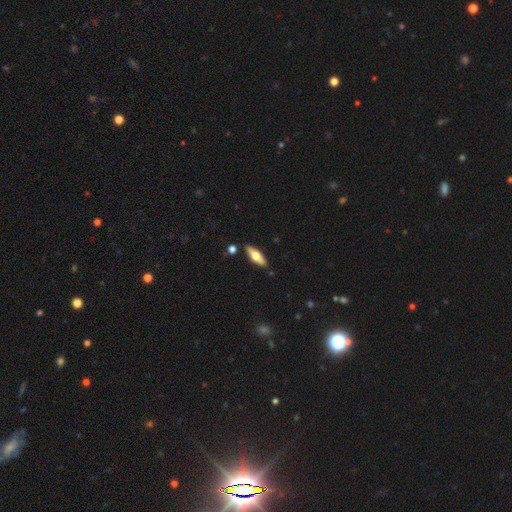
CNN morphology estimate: Smooth or featured?
  - featured or disk: 48% *
  - smooth: 47%
  - star or artifact: 6%
Merging?
  - none: 87% *
  - minor disturbance: 9%
  - merger: 3%
  - major disturbance: 2%